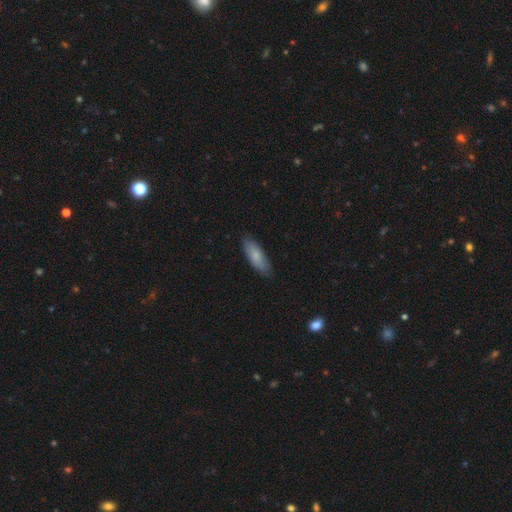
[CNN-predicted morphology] smooth-or-featured: smooth: 80% | featured or disk: 14% | star or artifact: 6%
  how-rounded: in between: 64% | cigar-shaped: 34% | round: 2%
  merging: none: 83% | minor disturbance: 13% | major disturbance: 2% | merger: 1%